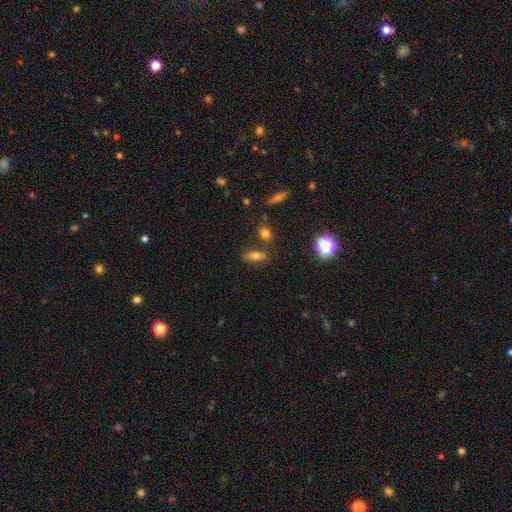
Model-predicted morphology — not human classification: Smooth or featured? smooth (66%)
How rounded? in between (60%)
Merging? none (77%)